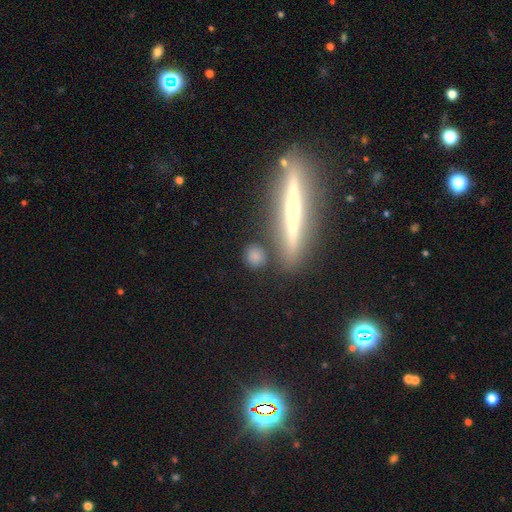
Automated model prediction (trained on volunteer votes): Smooth or featured? smooth (48%)
Merging? none (79%)